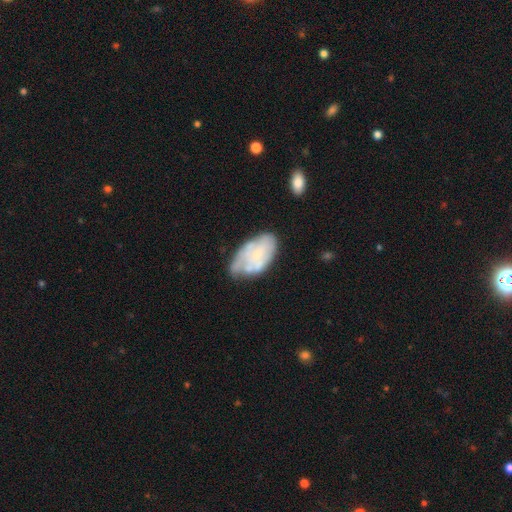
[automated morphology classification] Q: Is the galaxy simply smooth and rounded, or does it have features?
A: featured or disk — 53%.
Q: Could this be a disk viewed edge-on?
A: no — 96%.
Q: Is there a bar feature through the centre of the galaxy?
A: no — 83%.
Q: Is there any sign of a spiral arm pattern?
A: no — 60%.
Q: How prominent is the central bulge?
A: small — 62%.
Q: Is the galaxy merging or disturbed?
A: none — 40%.